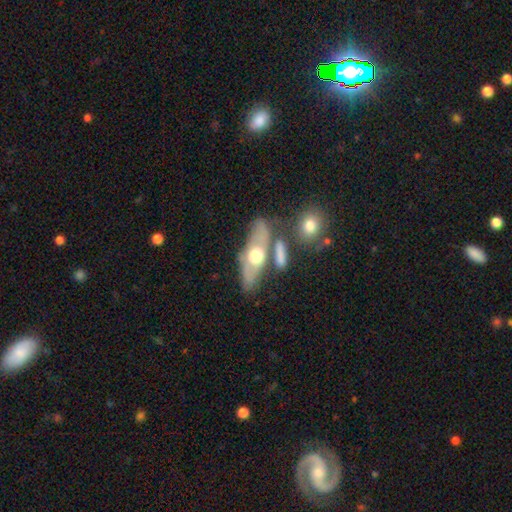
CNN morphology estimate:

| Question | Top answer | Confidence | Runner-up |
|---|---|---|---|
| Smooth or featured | featured or disk | 57% | smooth (37%) |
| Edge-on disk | no | 56% | yes (44%) |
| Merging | none | 58% | merger (18%) |